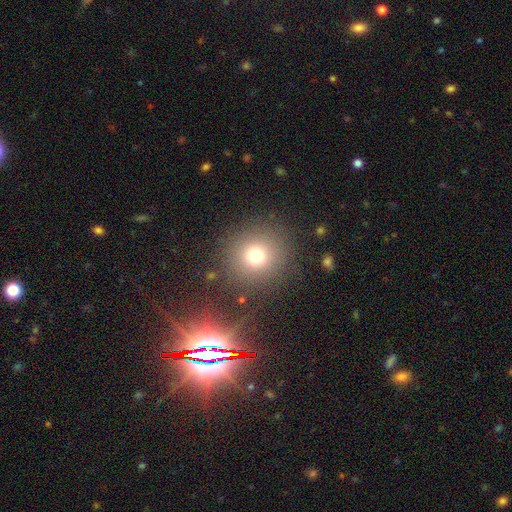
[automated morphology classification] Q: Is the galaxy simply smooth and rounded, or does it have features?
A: smooth — 73%.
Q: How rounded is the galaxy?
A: round — 93%.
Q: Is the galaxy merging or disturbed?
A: none — 85%.